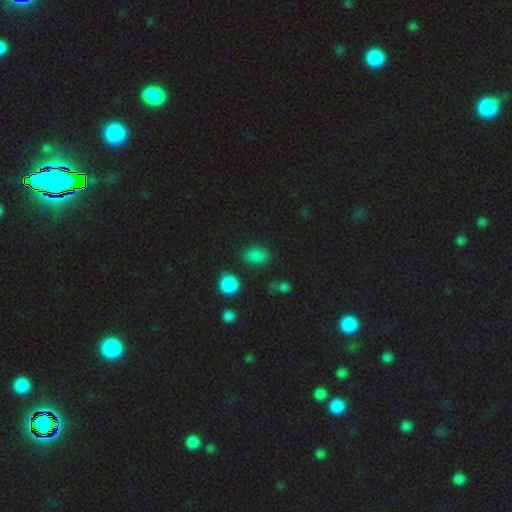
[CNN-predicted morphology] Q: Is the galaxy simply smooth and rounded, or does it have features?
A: smooth — 80%.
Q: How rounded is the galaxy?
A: in between — 76%.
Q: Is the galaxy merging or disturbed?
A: none — 78%.